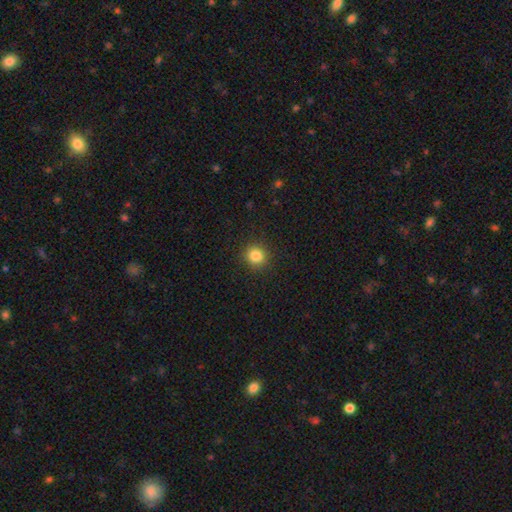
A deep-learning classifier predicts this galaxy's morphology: Smooth or featured: smooth — 84% (star or artifact — 12%)
How rounded: round — 90% (in between — 9%)
Merging: none — 91% (minor disturbance — 6%)